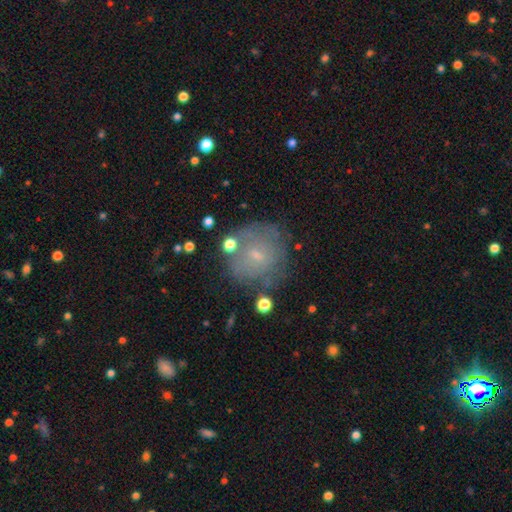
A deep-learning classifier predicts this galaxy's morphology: type=smooth (51%); roundness=round (85%); merging=none (70%).